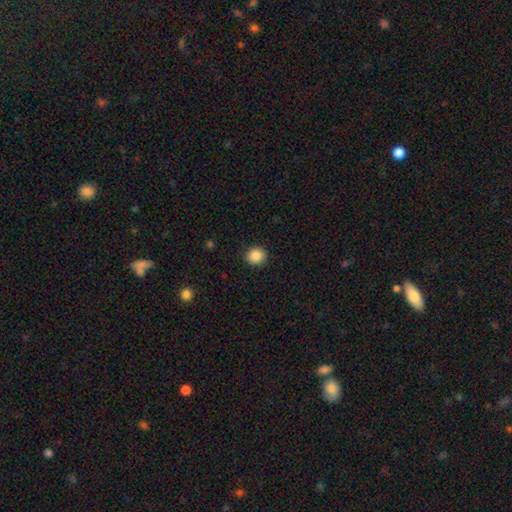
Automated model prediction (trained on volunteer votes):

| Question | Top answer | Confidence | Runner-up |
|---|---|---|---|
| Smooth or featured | smooth | 87% | star or artifact (9%) |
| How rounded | round | 89% | in between (10%) |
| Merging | none | 91% | minor disturbance (6%) |